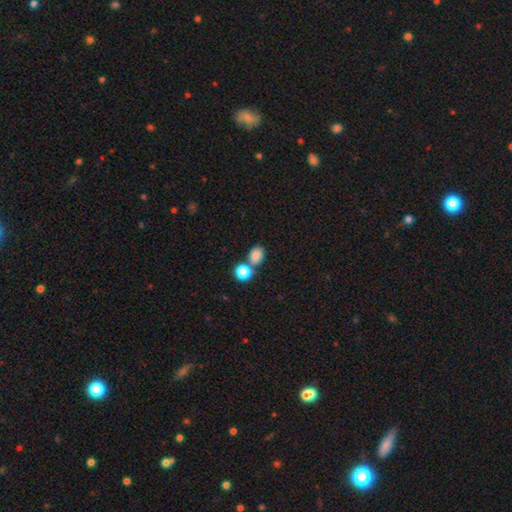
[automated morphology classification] smooth 83%, star or artifact 11%, featured or disk 6%. Down the decision tree: how rounded — in between (54%); merging — none (53%).